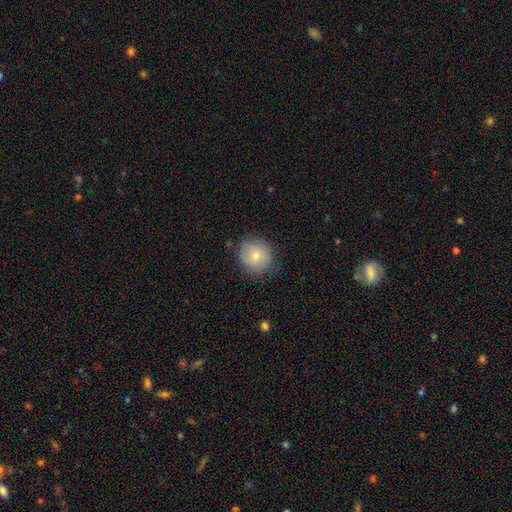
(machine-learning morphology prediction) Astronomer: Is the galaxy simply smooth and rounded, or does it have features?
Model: smooth — 74%.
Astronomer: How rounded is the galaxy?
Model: round — 88%.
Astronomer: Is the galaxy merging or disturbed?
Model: none — 77%.